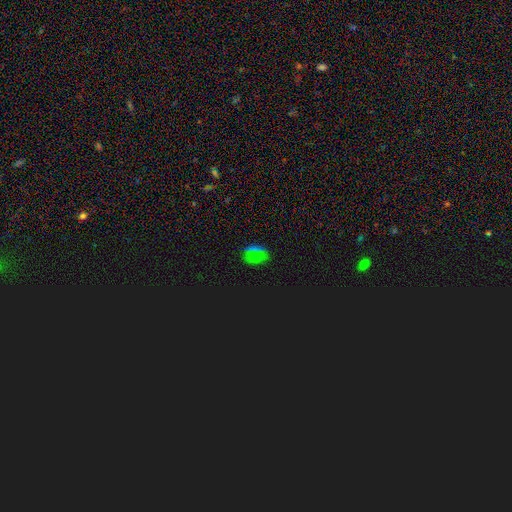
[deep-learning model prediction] star or artifact 47%, smooth 44%, featured or disk 9%.